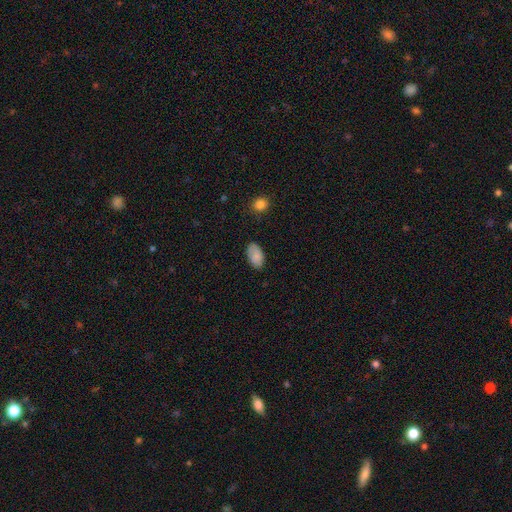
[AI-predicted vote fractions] Smooth or featured: smooth — 84% (featured or disk — 9%)
How rounded: in between — 94% (round — 4%)
Merging: none — 80% (minor disturbance — 15%)